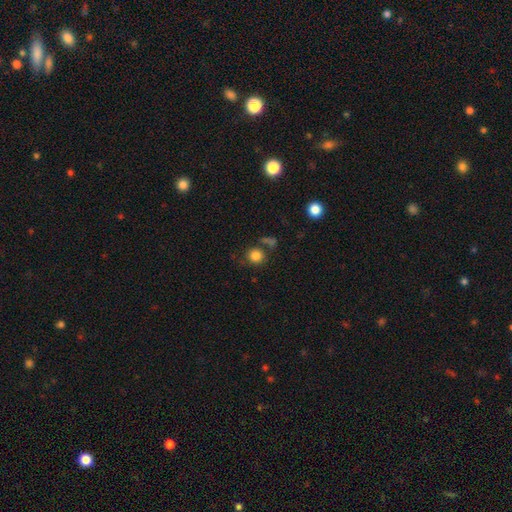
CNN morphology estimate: This appears to be a smooth galaxy with no disk features (82%) that is round (88%). Merging: none (71%).